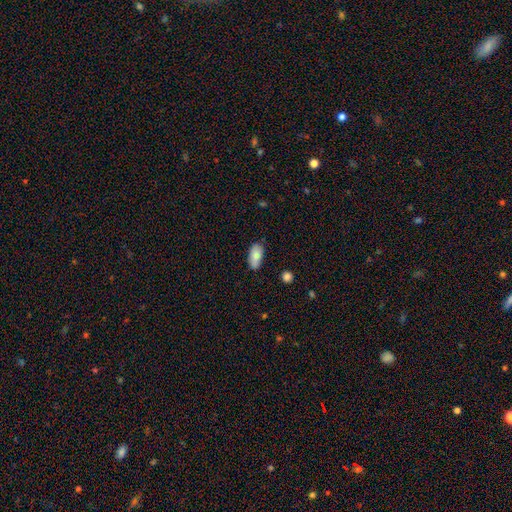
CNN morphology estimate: smooth-or-featured: smooth: 83% | featured or disk: 10% | star or artifact: 7%
  how-rounded: in between: 92% | cigar-shaped: 5% | round: 3%
  merging: none: 73% | minor disturbance: 22% | major disturbance: 3% | merger: 2%